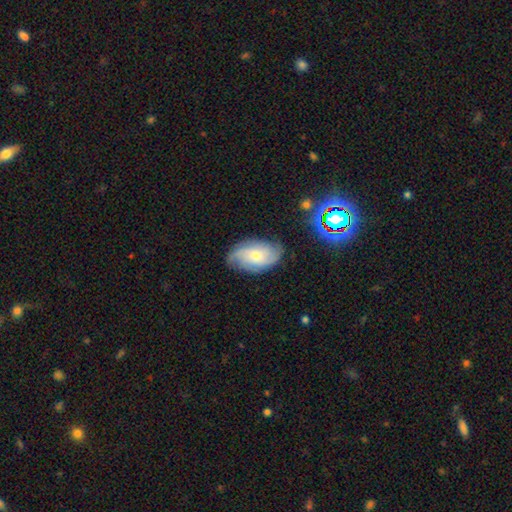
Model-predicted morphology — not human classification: The model was most divided on "bulge size": small: 50%, moderate: 45%, large: 3%, none: 2%, dominant: 1%. Remaining: edge-on disk — no (95%); spiral arms — yes (91%); bar — no (74%); merging — none (74%); smooth or featured — featured or disk (66%); spiral winding — tight (45%); spiral arm count — can't tell (32%).